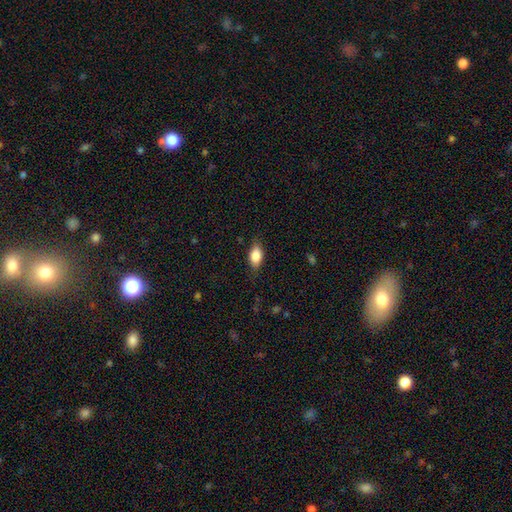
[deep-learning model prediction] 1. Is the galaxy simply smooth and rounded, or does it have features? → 82% smooth, 10% featured or disk, 7% star or artifact.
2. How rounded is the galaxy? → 87% in between, 7% round, 6% cigar-shaped.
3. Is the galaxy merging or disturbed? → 79% none, 16% minor disturbance, 4% major disturbance, 1% merger.